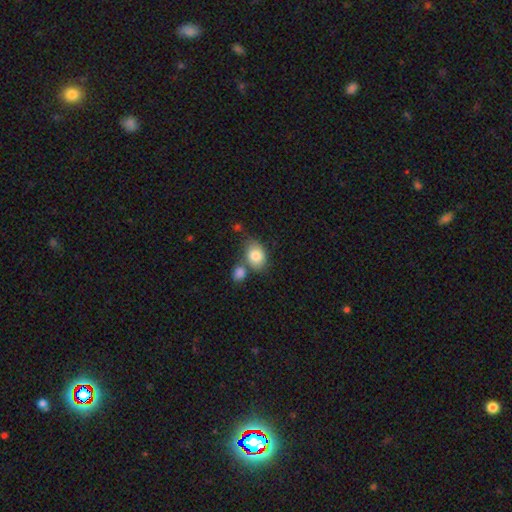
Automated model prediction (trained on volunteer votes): smooth_or_featured: smooth (p=0.82) [alt: featured or disk p=0.10]
how_rounded: in between (p=0.64) [alt: round p=0.35]
merging: none (p=0.47) [alt: merger p=0.30]